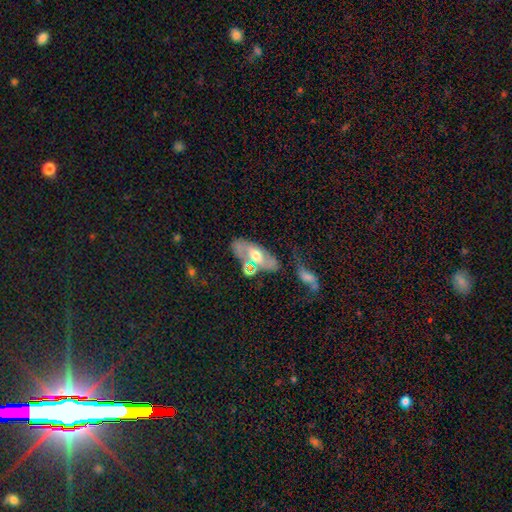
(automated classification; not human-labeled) Smooth or featured: featured or disk — 50% (smooth — 42%)
Edge-on disk: no — 77% (yes — 23%)
Merging: none — 58% (minor disturbance — 19%)